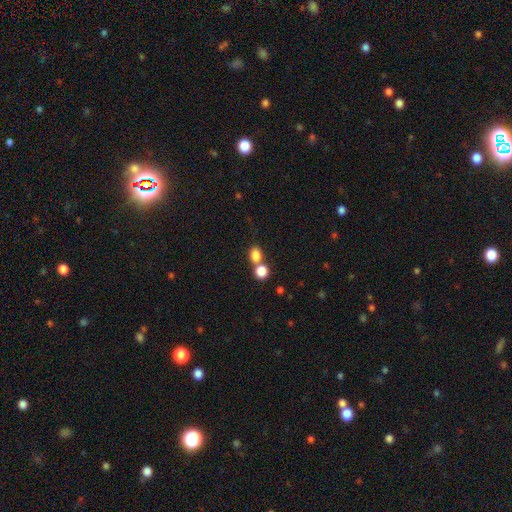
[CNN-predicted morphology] This appears to be a smooth galaxy with no disk features (82%) that is in between round and cigar-shaped (52%). Merging: merger (44%, tied with none).